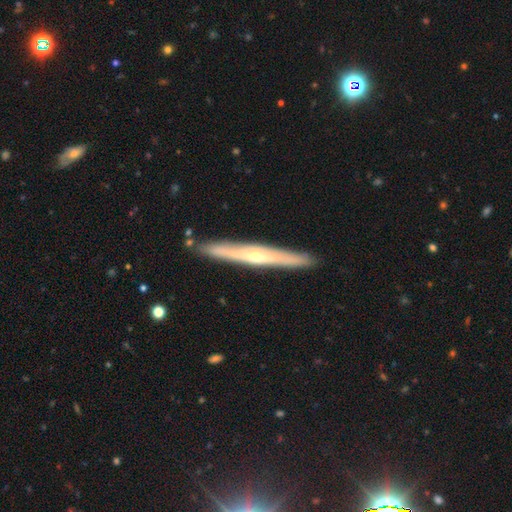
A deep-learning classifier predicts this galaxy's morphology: Smooth or featured: featured or disk — 68% (smooth — 26%)
Edge-on disk: yes — 95% (no — 5%)
Edge-on bulge: rounded — 68% (none — 28%)
Merging: none — 90% (minor disturbance — 8%)